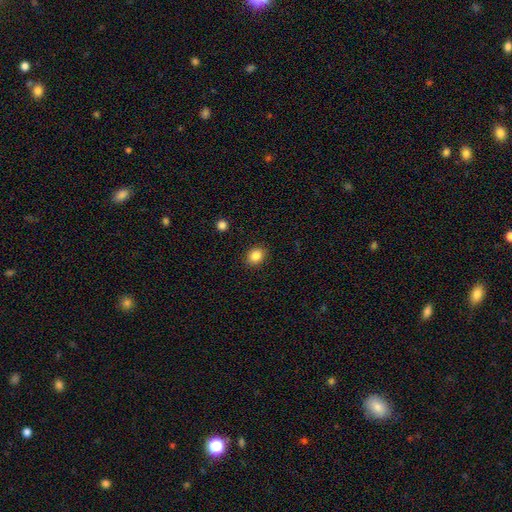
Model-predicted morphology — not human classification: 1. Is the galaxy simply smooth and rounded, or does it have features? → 85% smooth, 9% star or artifact, 5% featured or disk.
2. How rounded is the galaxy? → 50% in between, 49% round, 1% cigar-shaped.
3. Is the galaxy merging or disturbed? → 89% none, 7% minor disturbance, 2% major disturbance, 1% merger.